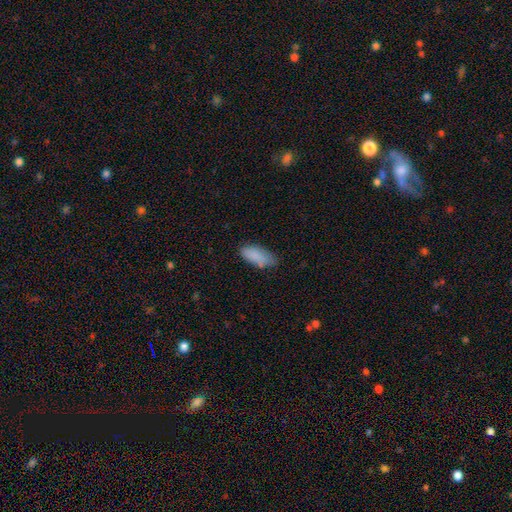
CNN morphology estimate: smooth 86%, star or artifact 7%, featured or disk 7%. Down the decision tree: how rounded — in between (85%); merging — none (66%).